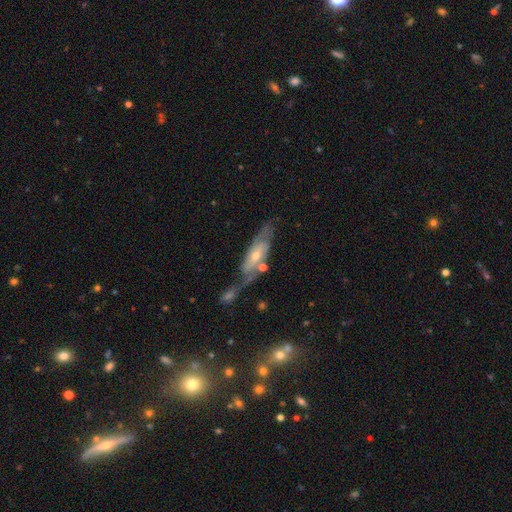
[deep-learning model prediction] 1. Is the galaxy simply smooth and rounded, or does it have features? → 74% featured or disk, 19% smooth, 7% star or artifact.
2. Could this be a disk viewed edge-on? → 79% no, 21% yes.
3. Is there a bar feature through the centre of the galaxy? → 52% no, 34% weak, 13% strong.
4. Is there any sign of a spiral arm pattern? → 85% yes, 15% no.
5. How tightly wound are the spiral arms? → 41% medium, 36% tight, 22% loose.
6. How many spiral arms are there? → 66% 2, 23% can't tell, 5% 1, 3% 3, 1% 4, 1% more than 4.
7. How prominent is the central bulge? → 52% small, 43% moderate, 2% large, 2% none, 1% dominant.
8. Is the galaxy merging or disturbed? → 43% none, 23% merger, 20% minor disturbance, 14% major disturbance.